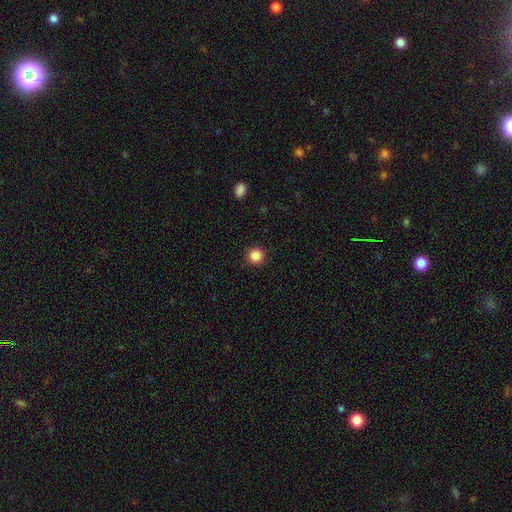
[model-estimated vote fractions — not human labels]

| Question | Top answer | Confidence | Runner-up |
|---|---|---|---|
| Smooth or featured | smooth | 87% | star or artifact (10%) |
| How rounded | round | 95% | in between (4%) |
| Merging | none | 92% | minor disturbance (5%) |